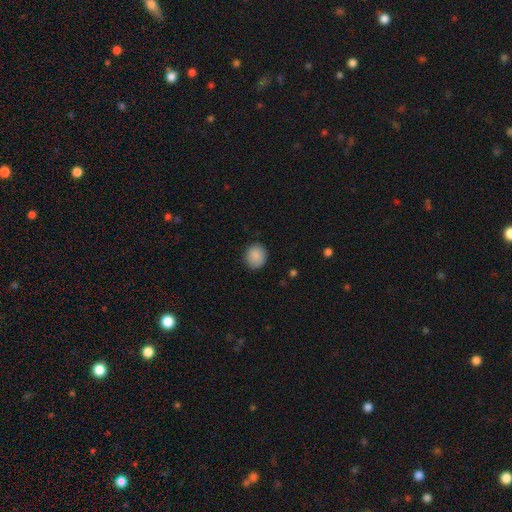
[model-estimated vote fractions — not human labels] A smooth galaxy with no disk features (88%) that is round (74%).

Vote fractions:
- Smooth or featured? smooth: 88% / star or artifact: 8% / featured or disk: 4%
- How rounded? round: 74% / in between: 25% / cigar-shaped: 1%
- Merging? none: 87% / minor disturbance: 10% / major disturbance: 2% / merger: 1%